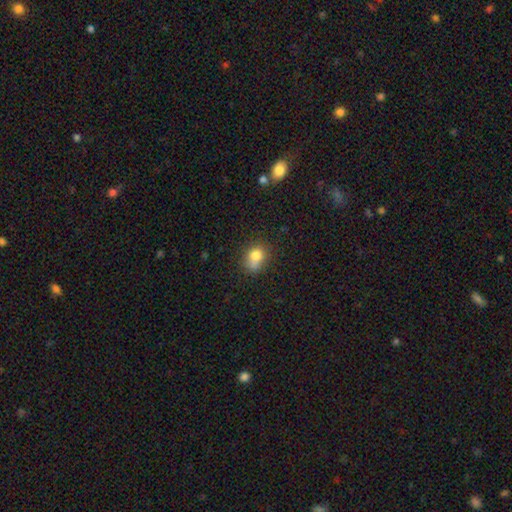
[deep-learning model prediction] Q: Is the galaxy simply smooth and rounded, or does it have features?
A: smooth — 78%.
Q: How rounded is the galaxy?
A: round — 50%.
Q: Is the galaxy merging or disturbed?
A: none — 50%.